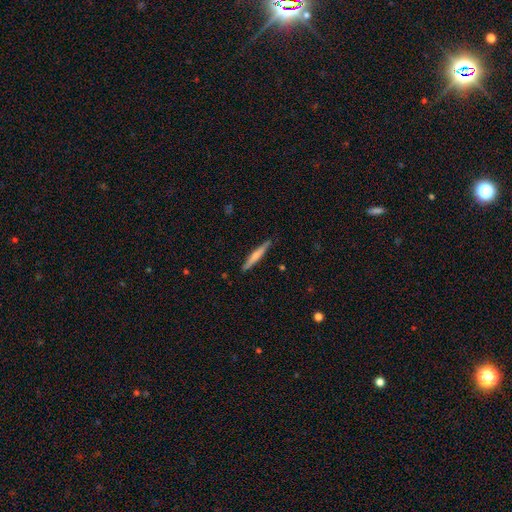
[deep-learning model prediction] smooth 54%, featured or disk 41%, star or artifact 5%. Down the decision tree: how rounded — cigar-shaped (95%); merging — none (90%).